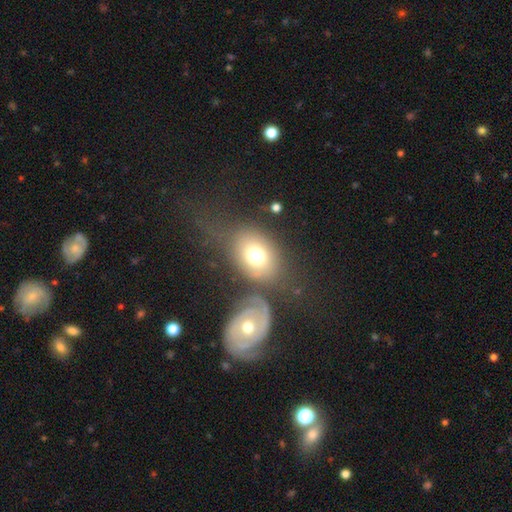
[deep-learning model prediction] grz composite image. It shows a smooth galaxy with no disk features (69%) that is in between round and cigar-shaped (62%). Merging: none (56%).